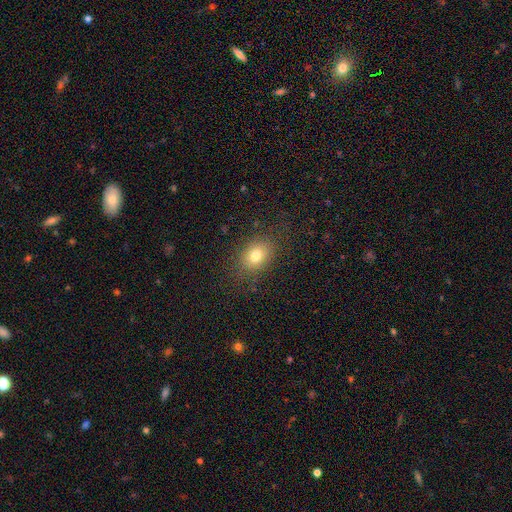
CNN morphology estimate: This appears to be a smooth galaxy with no disk features (78%) that is in between round and cigar-shaped (71%). Merging: none (83%).